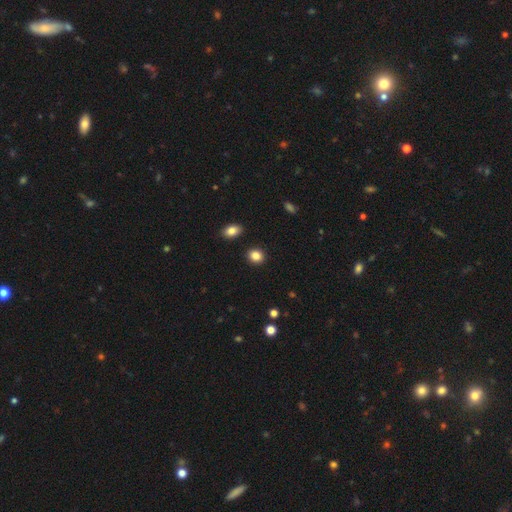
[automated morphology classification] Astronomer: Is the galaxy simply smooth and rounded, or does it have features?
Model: smooth — 86%.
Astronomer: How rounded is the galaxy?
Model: round — 69%.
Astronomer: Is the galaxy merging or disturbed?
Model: none — 90%.